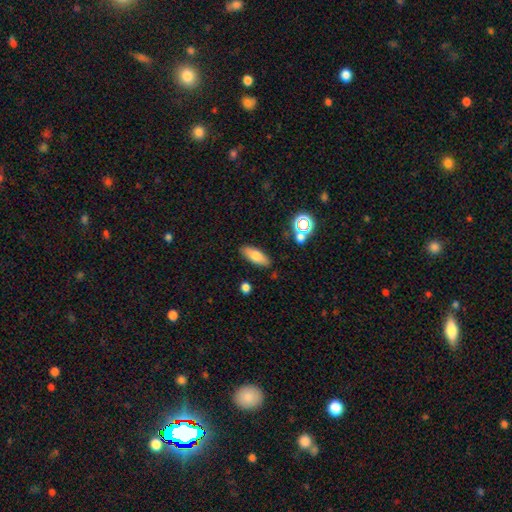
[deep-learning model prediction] Smooth or featured: smooth — 74% (featured or disk — 17%)
How rounded: in between — 73% (cigar-shaped — 24%)
Merging: none — 86% (minor disturbance — 10%)